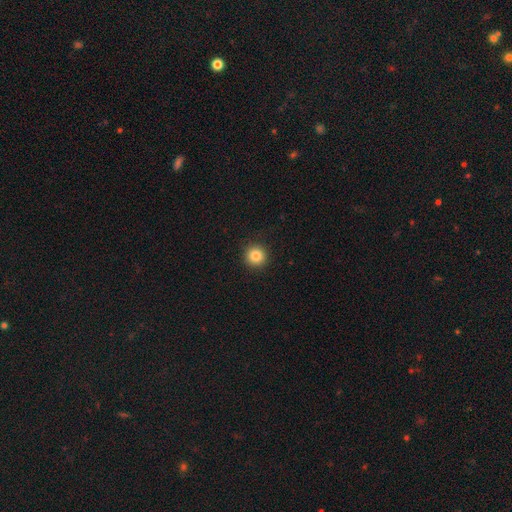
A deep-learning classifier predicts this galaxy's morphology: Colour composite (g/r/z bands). It shows a smooth galaxy with no disk features (85%) that is round (95%). Merging: none (92%).